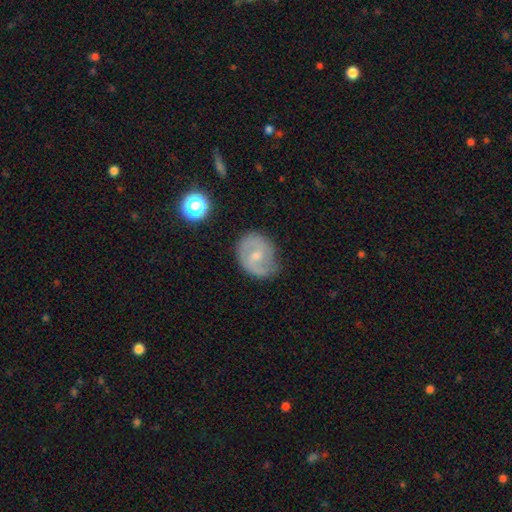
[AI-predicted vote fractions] Overall: featured or disk (66%; smooth 27%). Edge-on disk: no (97%). Bar: weak (56%; no 31%). Spiral arms: yes (86%). Spiral arm count: 2 (74%). Spiral winding: medium (48%; tight 29%). Bulge size: small (53%; moderate 38%). Merging: none (66%).